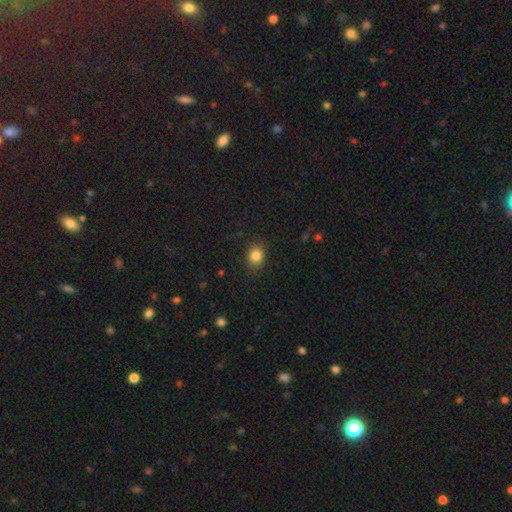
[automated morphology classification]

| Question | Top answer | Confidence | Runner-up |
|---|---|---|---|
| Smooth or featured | smooth | 84% | star or artifact (11%) |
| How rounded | round | 62% | in between (37%) |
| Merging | none | 86% | minor disturbance (10%) |